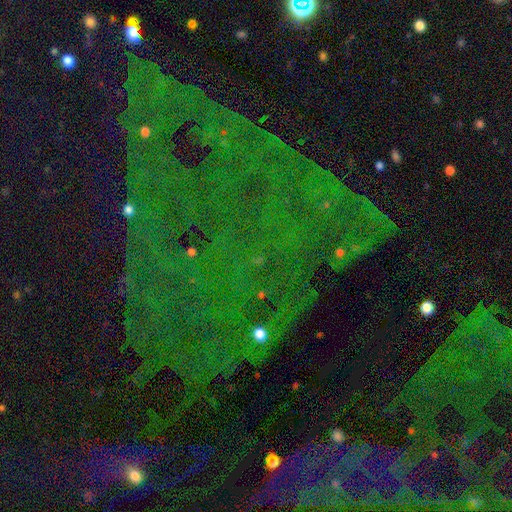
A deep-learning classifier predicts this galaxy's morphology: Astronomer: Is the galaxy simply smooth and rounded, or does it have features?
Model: star or artifact — 79%.